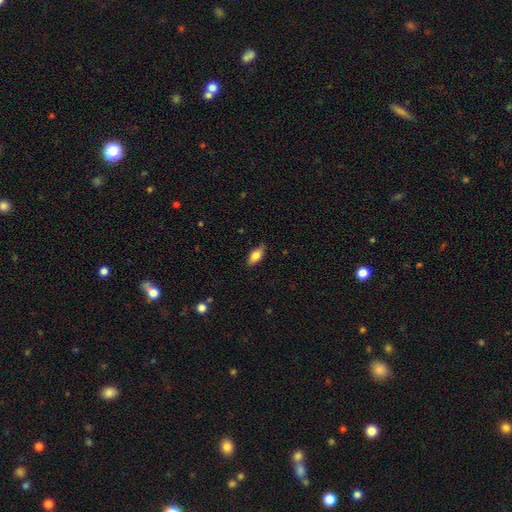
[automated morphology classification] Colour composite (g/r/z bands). It shows a smooth galaxy with no disk features (78%) that is in between round and cigar-shaped (86%). Merging: none (80%).